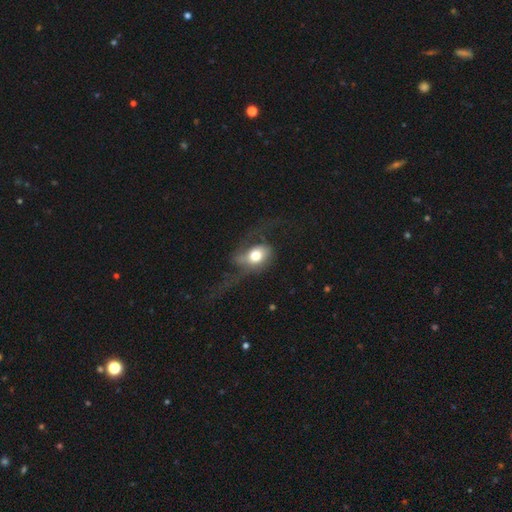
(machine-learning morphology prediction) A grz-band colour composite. It shows a smooth galaxy with no disk features (53%) that is in between round and cigar-shaped (63%). Merging: major disturbance (51%).